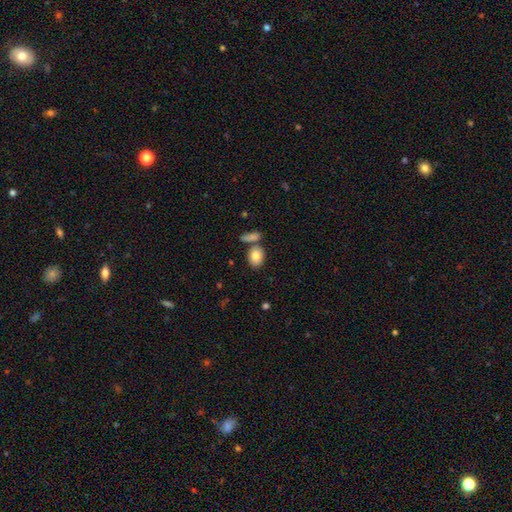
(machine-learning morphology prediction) Smooth or featured?
  - smooth: 84% *
  - featured or disk: 9%
  - star or artifact: 7%
How rounded?
  - in between: 70% *
  - round: 28%
  - cigar-shaped: 2%
Merging?
  - none: 63% *
  - merger: 21%
  - minor disturbance: 12%
  - major disturbance: 4%